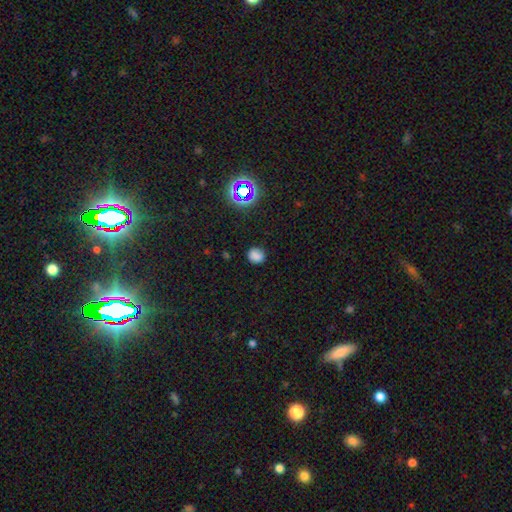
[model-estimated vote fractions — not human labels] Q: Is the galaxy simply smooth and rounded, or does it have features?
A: smooth — 77%.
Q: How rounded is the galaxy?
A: round — 74%.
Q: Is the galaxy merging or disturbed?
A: none — 83%.